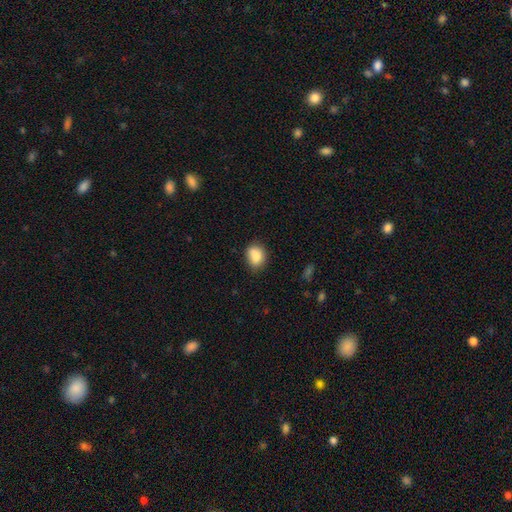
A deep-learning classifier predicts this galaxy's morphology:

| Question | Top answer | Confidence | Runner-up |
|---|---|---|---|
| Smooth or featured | smooth | 83% | star or artifact (9%) |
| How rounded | in between | 58% | round (41%) |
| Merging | none | 63% | minor disturbance (24%) |